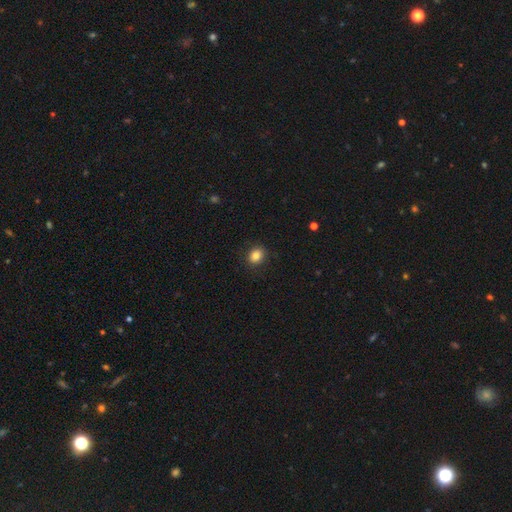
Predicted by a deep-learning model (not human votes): The model was most divided on "how rounded": round: 56%, in between: 43%, cigar-shaped: 1%. More confident: merging — none (89%); smooth or featured — smooth (85%).